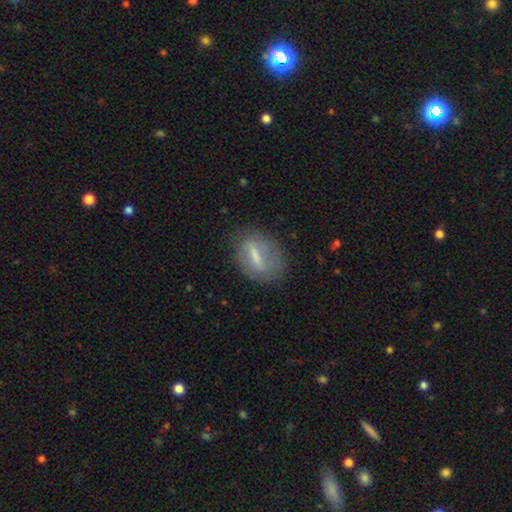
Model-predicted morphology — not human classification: smooth_or_featured: smooth (p=0.46) [alt: featured or disk p=0.45]
merging: none (p=0.72) [alt: minor disturbance p=0.17]